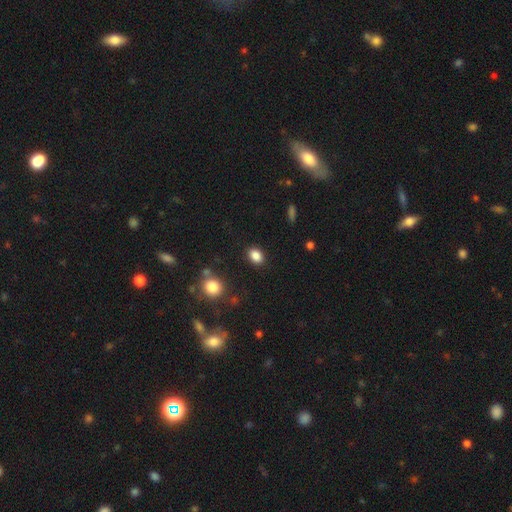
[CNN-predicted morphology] Smooth or featured? Predicted: smooth (p=0.86). How rounded? Predicted: in between (p=0.76). Merging? Predicted: none (p=0.87).